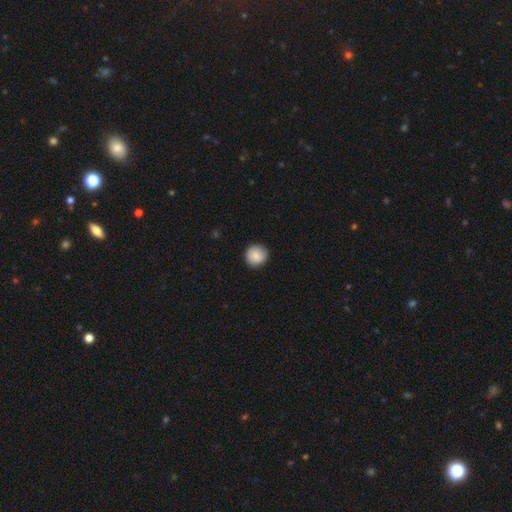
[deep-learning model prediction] Q: Smooth or featured?
A: smooth (87%); runner-up: star or artifact (7%)
Q: How rounded?
A: round (94%); runner-up: in between (5%)
Q: Merging?
A: none (90%); runner-up: minor disturbance (8%)